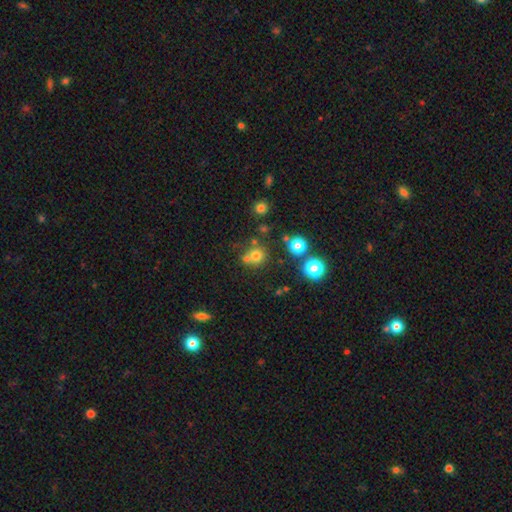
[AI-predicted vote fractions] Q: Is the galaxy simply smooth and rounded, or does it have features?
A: smooth — 70%.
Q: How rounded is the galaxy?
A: round — 89%.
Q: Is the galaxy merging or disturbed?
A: none — 62%.